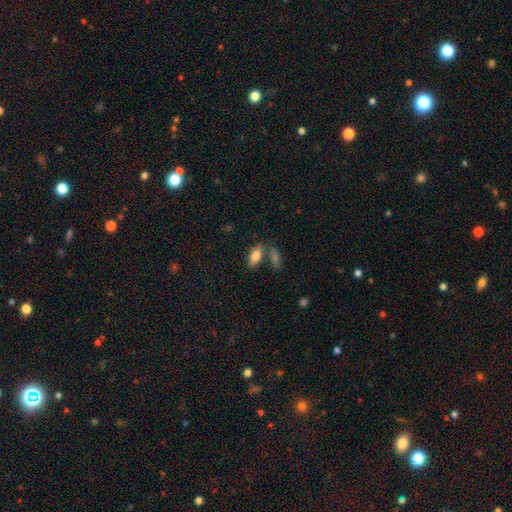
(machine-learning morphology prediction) smooth_or_featured: smooth (p=0.82) [alt: featured or disk p=0.11]
how_rounded: in between (p=0.87) [alt: cigar-shaped p=0.09]
merging: none (p=0.63) [alt: merger p=0.21]